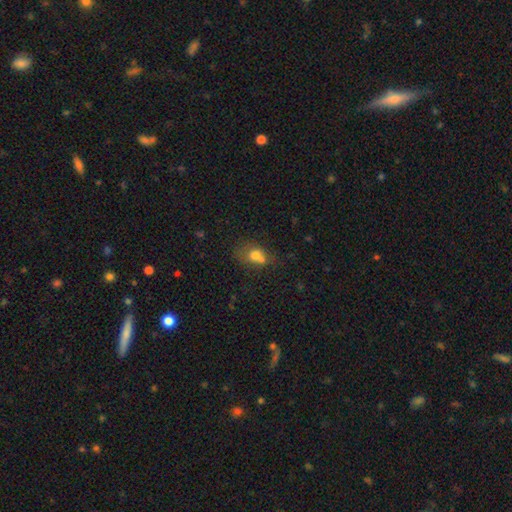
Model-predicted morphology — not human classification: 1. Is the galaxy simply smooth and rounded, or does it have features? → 69% smooth, 18% featured or disk, 13% star or artifact.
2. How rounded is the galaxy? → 53% round, 45% in between, 1% cigar-shaped.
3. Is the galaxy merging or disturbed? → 49% merger, 30% none, 14% minor disturbance, 8% major disturbance.